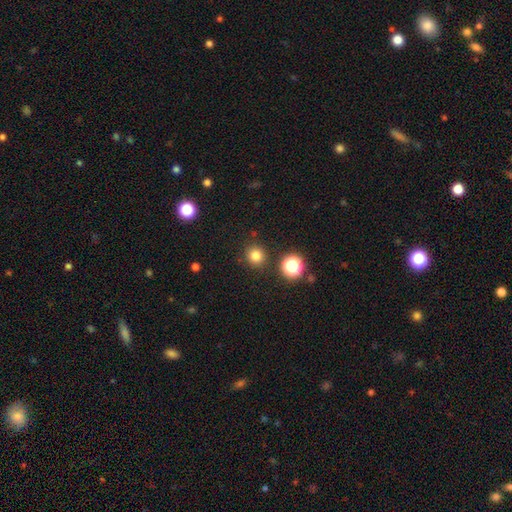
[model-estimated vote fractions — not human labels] smooth 79%, star or artifact 16%, featured or disk 5%. Down the decision tree: how rounded — round (93%); merging — none (89%).